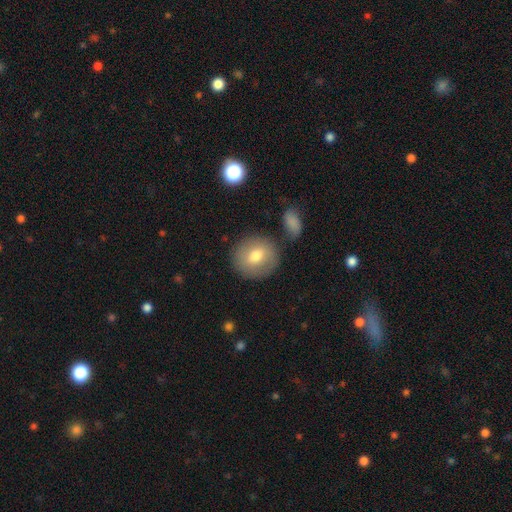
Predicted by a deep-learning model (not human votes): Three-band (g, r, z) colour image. It shows a smooth galaxy with no disk features (71%) that is round (89%). Merging: none (80%).